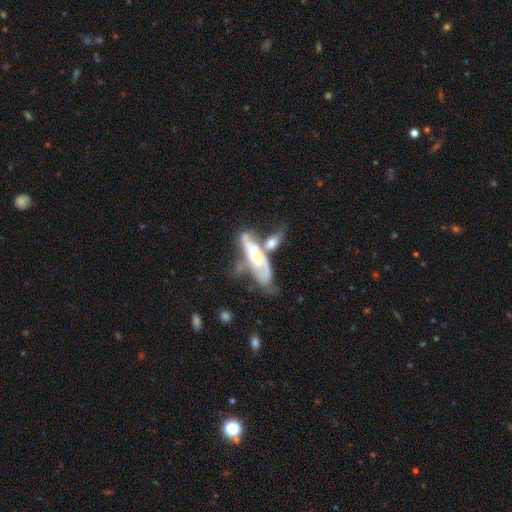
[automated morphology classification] Smooth or featured? featured or disk (64%)
Edge-on disk? no (76%)
Merging? merger (47%)